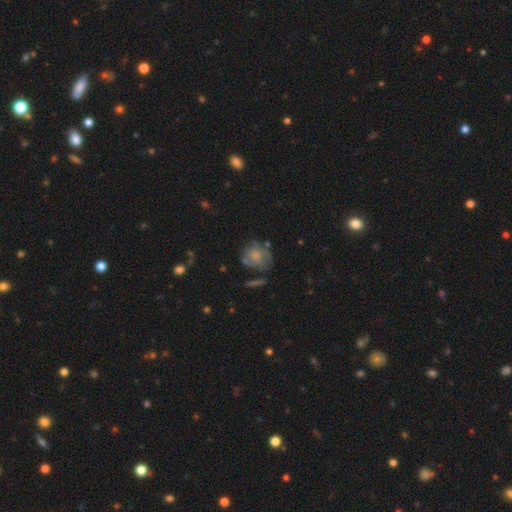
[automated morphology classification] smooth_or_featured: featured or disk (p=0.51) [alt: smooth p=0.40]
disk_edge_on: no (p=0.97) [alt: yes p=0.03]
merging: none (p=0.51) [alt: minor disturbance p=0.24]